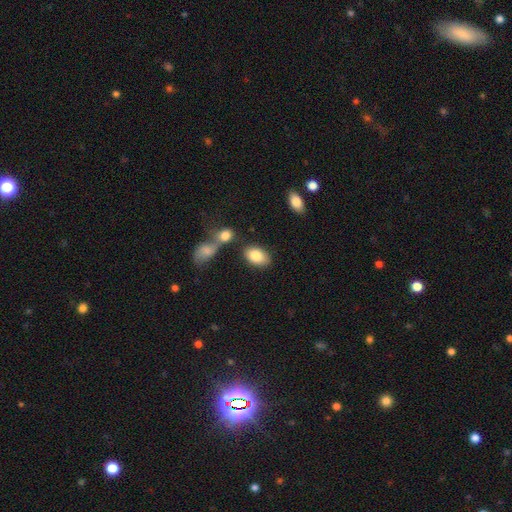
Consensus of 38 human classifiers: Smooth or featured? smooth (87%)
How rounded? in between (94%)
Merging? none (86%)